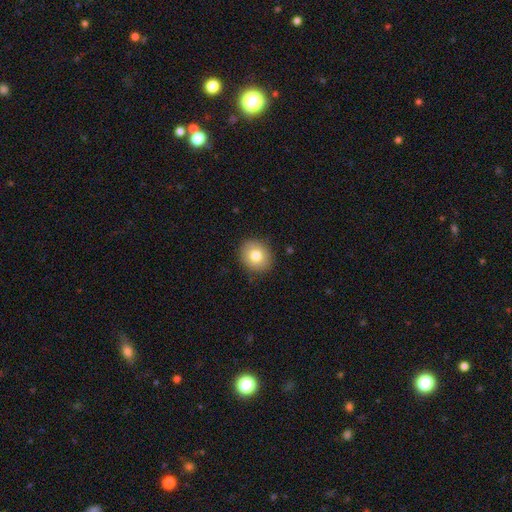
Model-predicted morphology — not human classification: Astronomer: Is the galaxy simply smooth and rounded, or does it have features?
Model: smooth — 79%.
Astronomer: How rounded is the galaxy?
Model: round — 75%.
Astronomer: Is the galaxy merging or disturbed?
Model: none — 88%.